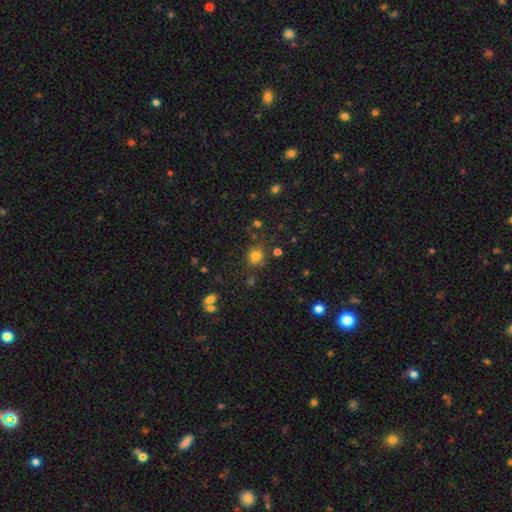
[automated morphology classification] Overall: smooth (76%). How rounded: round (80%). Merging: none (75%).